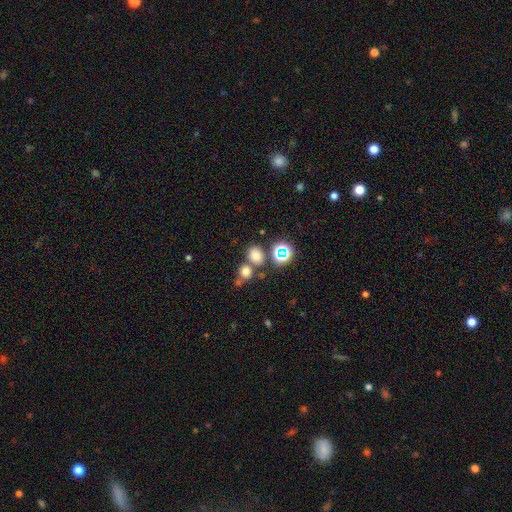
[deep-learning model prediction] Smooth or featured? smooth (72%)
How rounded? round (64%)
Merging? none (62%)